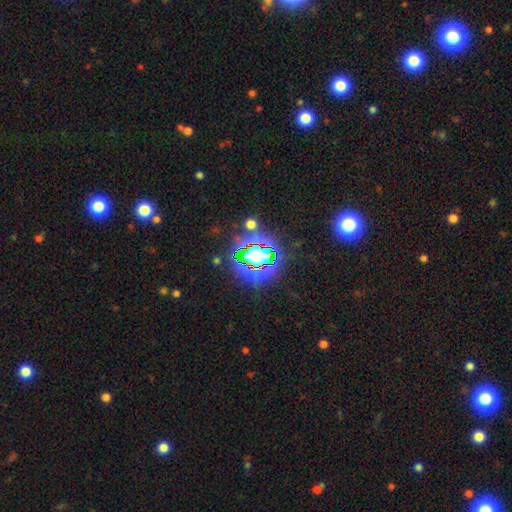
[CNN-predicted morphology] A star or artifact, not a galaxy (70%).

Vote fractions:
- Smooth or featured? star or artifact: 70% / smooth: 19% / featured or disk: 11%